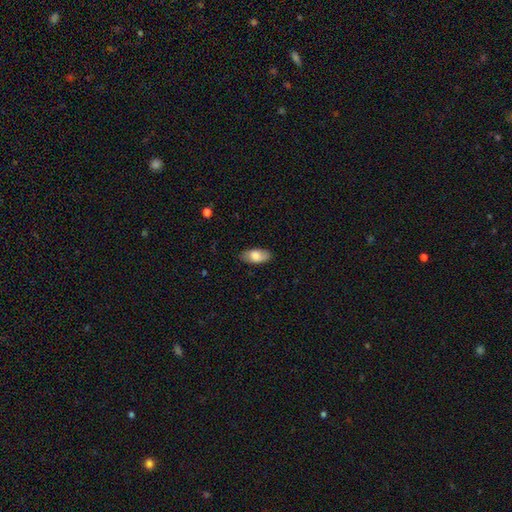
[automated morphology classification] type=smooth (76%); roundness=in between (91%); merging=none (82%).